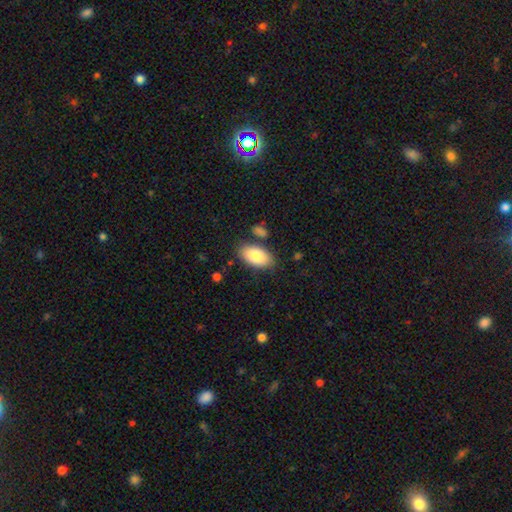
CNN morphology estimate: Overall: smooth (83%). How rounded: in between (94%). Merging: none (79%).